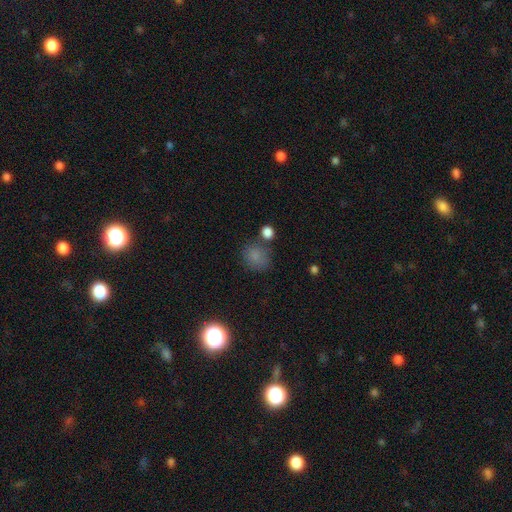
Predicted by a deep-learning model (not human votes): Smooth or featured?
  - smooth: 81% *
  - star or artifact: 12%
  - featured or disk: 6%
How rounded?
  - round: 74% *
  - in between: 25%
  - cigar-shaped: 1%
Merging?
  - none: 65% *
  - minor disturbance: 17%
  - merger: 11%
  - major disturbance: 7%